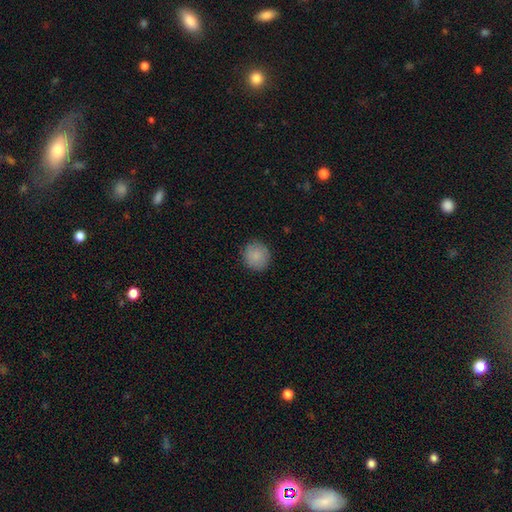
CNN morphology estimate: This is clearly a smooth galaxy (86%). How rounded: clearly round (90%). Merging: clearly none (87%).